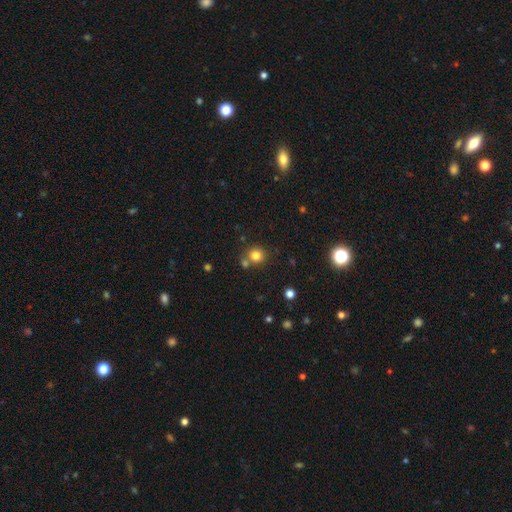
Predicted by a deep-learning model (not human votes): smooth 79%, star or artifact 13%, featured or disk 7%. Down the decision tree: how rounded — round (90%); merging — none (67%).